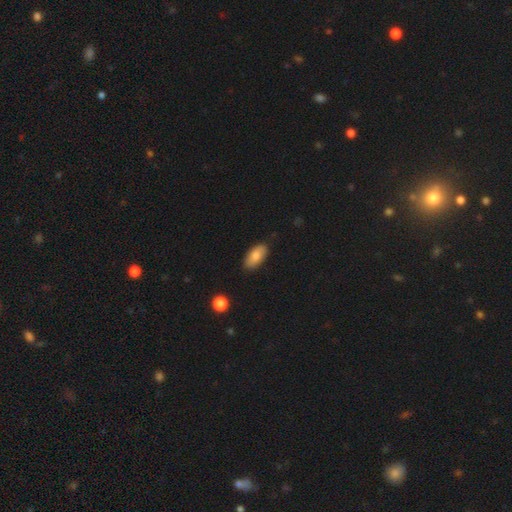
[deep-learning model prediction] smooth-or-featured: smooth: 81% | featured or disk: 13% | star or artifact: 7%
  how-rounded: in between: 93% | cigar-shaped: 5% | round: 3%
  merging: none: 86% | minor disturbance: 11% | major disturbance: 2% | merger: 1%